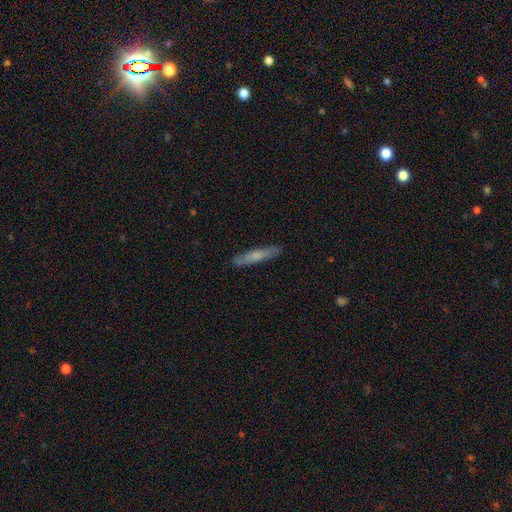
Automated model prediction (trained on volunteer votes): Overall: smooth (63%; featured or disk 31%). How rounded: cigar-shaped (89%). Merging: none (87%).